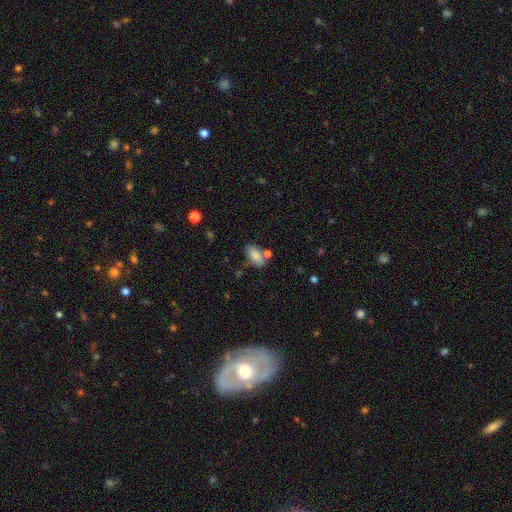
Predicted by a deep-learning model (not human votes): Morphology: type=smooth (83%); roundness=in between (90%); merging=none (64%).